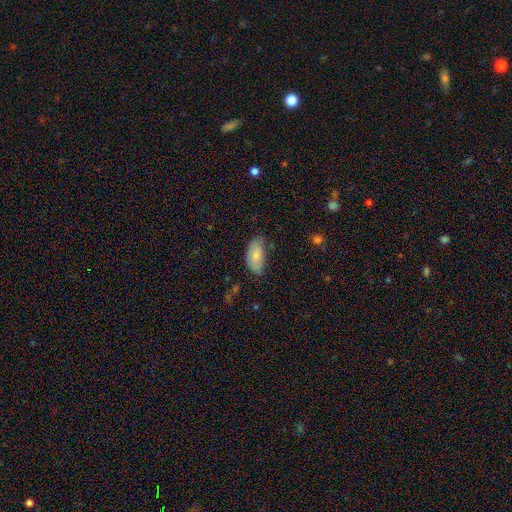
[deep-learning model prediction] smooth_or_featured: smooth (p=0.84) [alt: featured or disk p=0.10]
how_rounded: in between (p=0.93) [alt: cigar-shaped p=0.05]
merging: none (p=0.70) [alt: minor disturbance p=0.23]